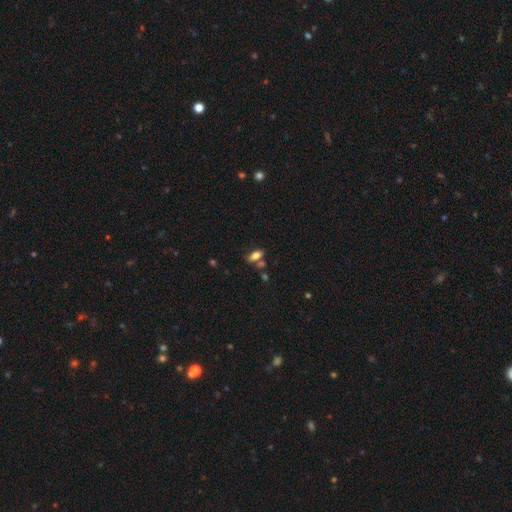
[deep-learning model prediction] Overall: smooth (74%). How rounded: in between (81%). Merging: none (63%).